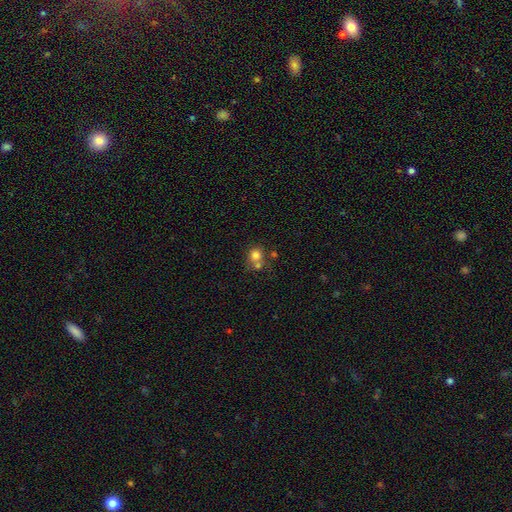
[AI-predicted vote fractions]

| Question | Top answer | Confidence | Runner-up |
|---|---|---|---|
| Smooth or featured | smooth | 76% | star or artifact (13%) |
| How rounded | round | 81% | in between (18%) |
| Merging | none | 45% | merger (41%) |